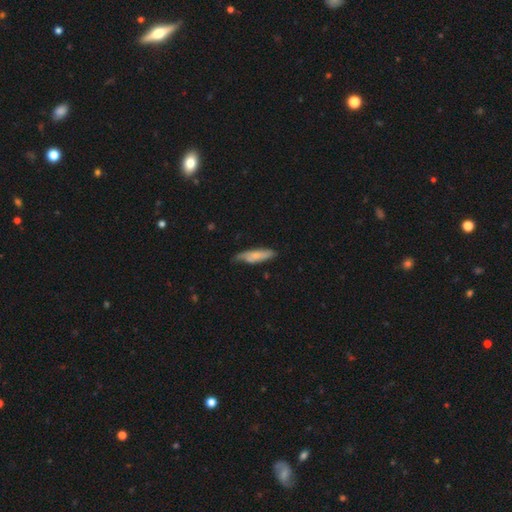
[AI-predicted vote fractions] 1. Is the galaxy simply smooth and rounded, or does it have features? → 64% smooth, 30% featured or disk, 6% star or artifact.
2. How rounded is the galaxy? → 60% cigar-shaped, 38% in between, 2% round.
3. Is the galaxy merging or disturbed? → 61% none, 31% minor disturbance, 6% major disturbance, 2% merger.